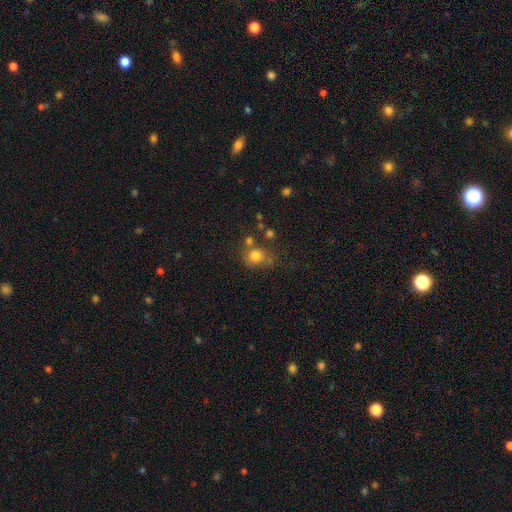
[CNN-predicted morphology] A smooth galaxy with no disk features (78%) that is round (77%).

Vote fractions:
- Smooth or featured? smooth: 78% / star or artifact: 13% / featured or disk: 9%
- How rounded? round: 77% / in between: 22% / cigar-shaped: 1%
- Merging? none: 55% / minor disturbance: 19% / merger: 17% / major disturbance: 9%